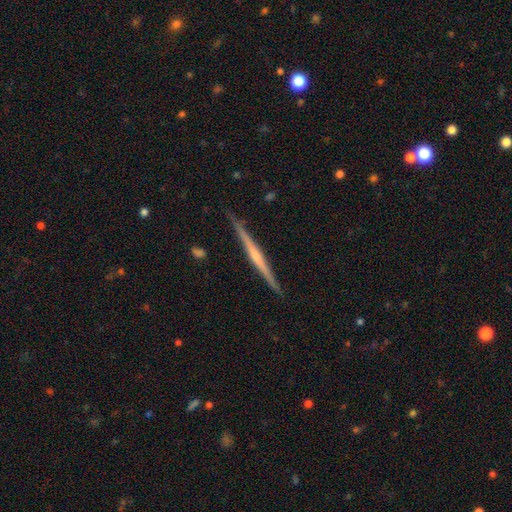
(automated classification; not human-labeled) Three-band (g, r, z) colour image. It shows a featured or disk galaxy (79%) viewed edge-on (98%) with a rounded central bulge (69%). Merging: none (91%).